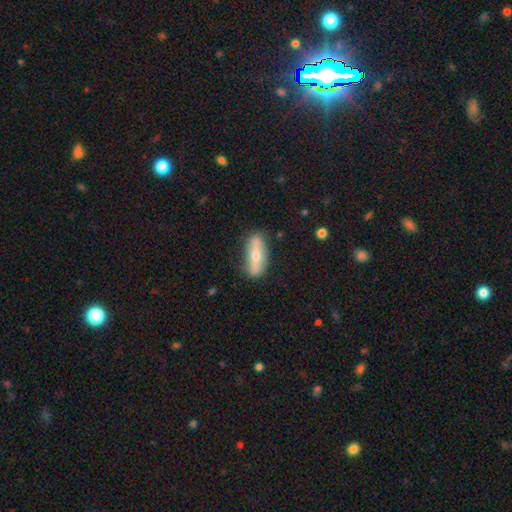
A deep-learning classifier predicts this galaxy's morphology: Smooth or featured?
  - smooth: 49% *
  - featured or disk: 45%
  - star or artifact: 6%
Merging?
  - none: 81% *
  - minor disturbance: 14%
  - major disturbance: 3%
  - merger: 2%